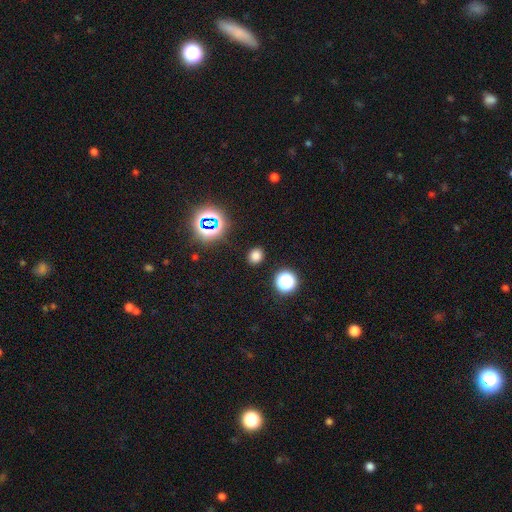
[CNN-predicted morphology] A smooth galaxy with no disk features (73%) that is round (61%).

Vote fractions:
- Smooth or featured? smooth: 73% / star or artifact: 21% / featured or disk: 5%
- How rounded? round: 61% / in between: 38% / cigar-shaped: 1%
- Merging? none: 88% / minor disturbance: 8% / major disturbance: 3% / merger: 2%